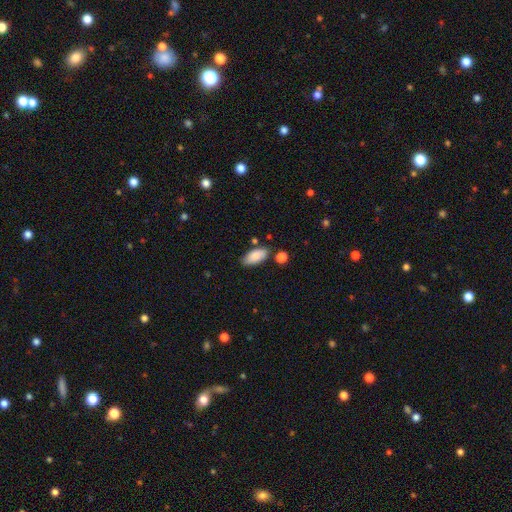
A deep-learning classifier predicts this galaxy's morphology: Smooth or featured? Predicted: smooth (p=0.87). How rounded? Predicted: in between (p=0.90). Merging? Predicted: none (p=0.76).